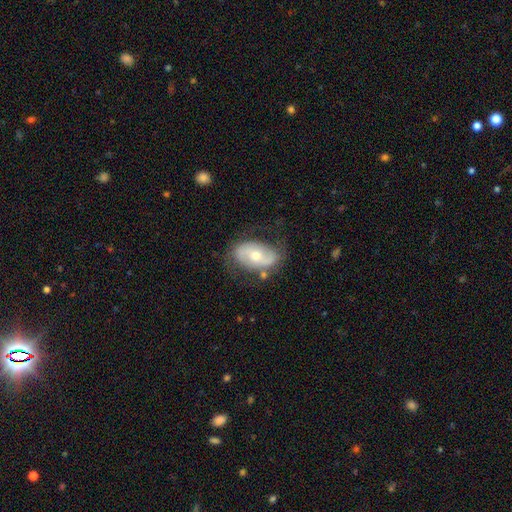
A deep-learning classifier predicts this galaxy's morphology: The model was most divided on "bulge size": moderate: 57%, small: 39%, large: 2%, none: 1%, dominant: 1%. More confident: edge-on disk — no (94%); spiral arms — yes (72%); merging — none (67%); smooth or featured — featured or disk (61%); bar — no (54%).